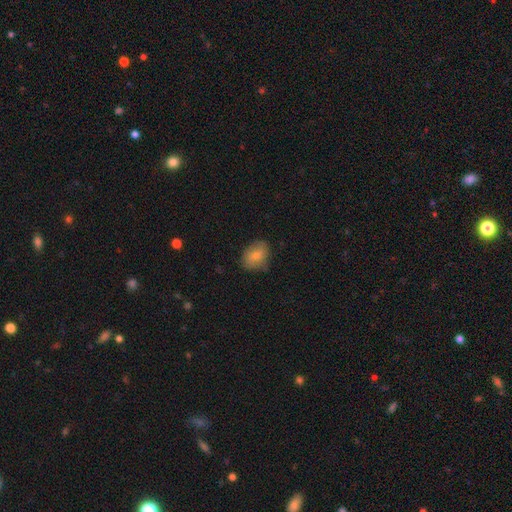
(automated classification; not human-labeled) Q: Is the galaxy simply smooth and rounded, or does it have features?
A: smooth — 78%.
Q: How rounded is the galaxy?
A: in between — 69%.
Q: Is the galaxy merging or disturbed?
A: none — 72%.